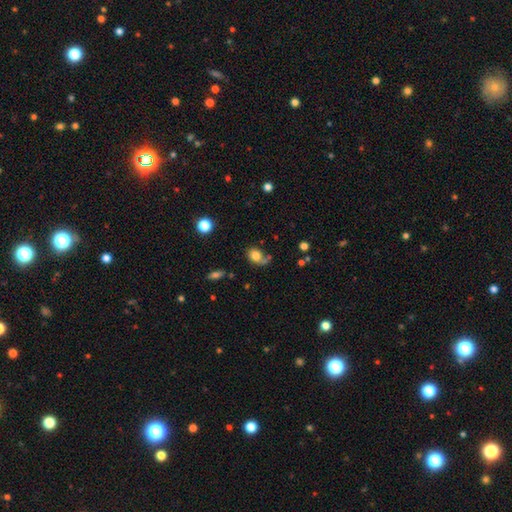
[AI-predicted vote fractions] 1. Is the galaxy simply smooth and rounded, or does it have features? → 77% smooth, 13% featured or disk, 10% star or artifact.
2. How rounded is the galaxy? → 53% in between, 46% round, 2% cigar-shaped.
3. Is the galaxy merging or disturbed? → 49% none, 21% minor disturbance, 15% merger, 15% major disturbance.